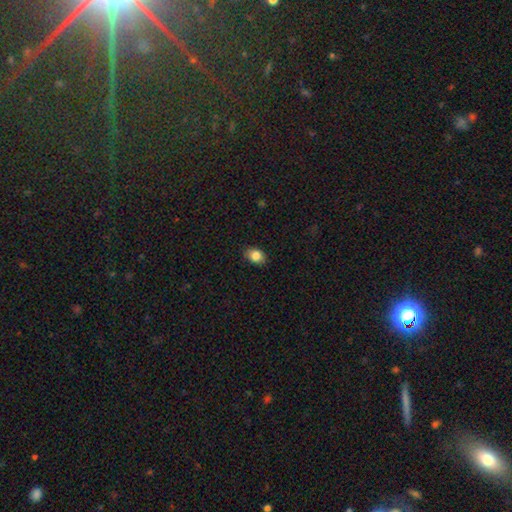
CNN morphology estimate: Smooth or featured? Predicted: smooth (p=0.85). How rounded? Predicted: in between (p=0.69). Merging? Predicted: none (p=0.85).